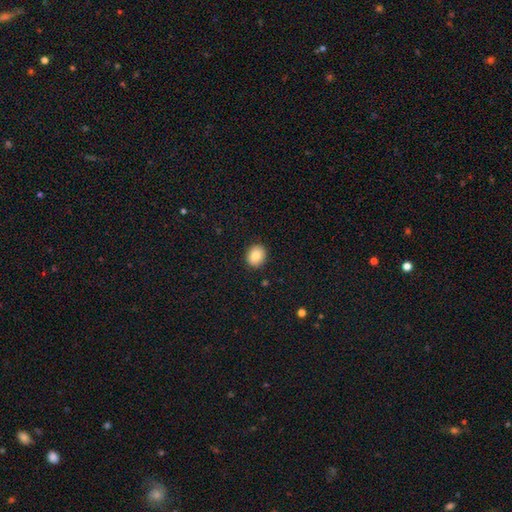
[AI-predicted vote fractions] This appears to be a smooth galaxy with no disk features (85%) that is round (65%). Merging: none (90%).